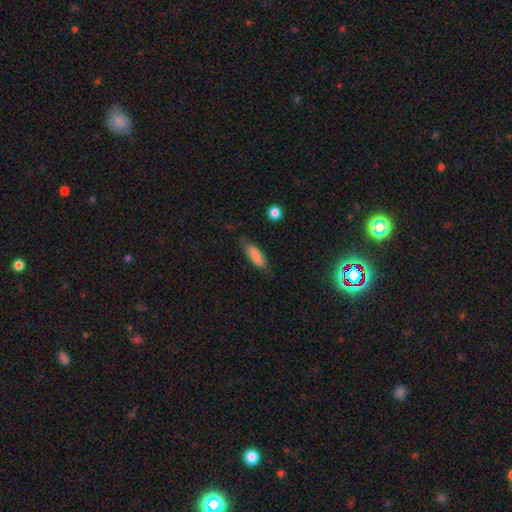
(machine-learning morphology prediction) A smooth galaxy with no disk features (82%) that is in between round and cigar-shaped (59%). Merging: none (72%).